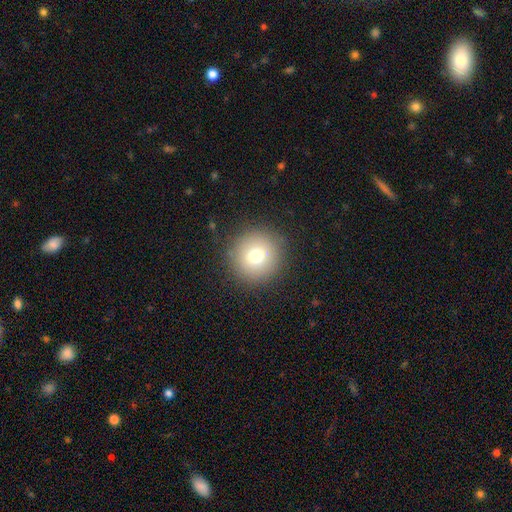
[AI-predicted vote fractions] smooth_or_featured: smooth (p=0.74) [alt: star or artifact p=0.13]
how_rounded: round (p=0.95) [alt: in between p=0.04]
merging: none (p=0.89) [alt: minor disturbance p=0.07]